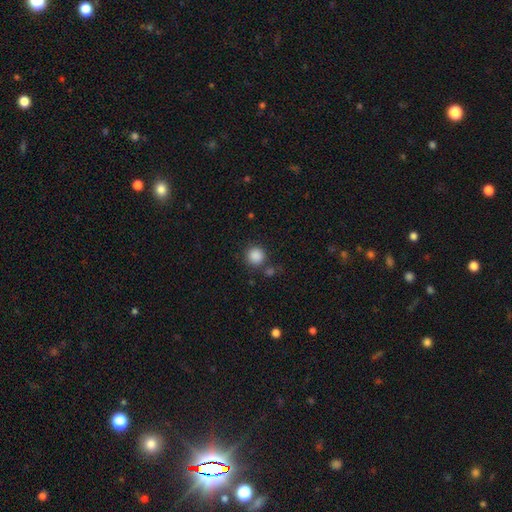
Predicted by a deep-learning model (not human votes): Q: Smooth or featured?
A: smooth (87%); runner-up: star or artifact (10%)
Q: How rounded?
A: round (93%); runner-up: in between (6%)
Q: Merging?
A: none (80%); runner-up: minor disturbance (9%)